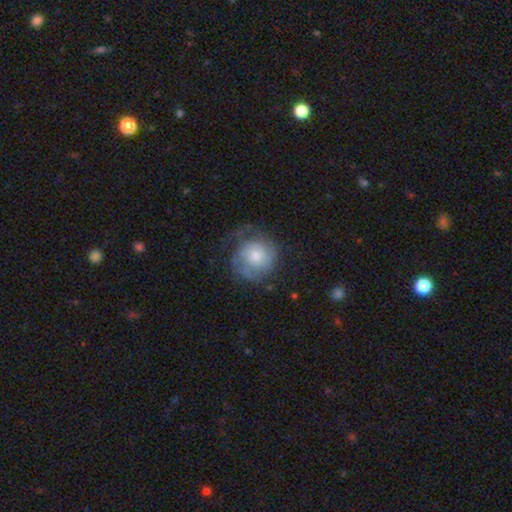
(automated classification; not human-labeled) Q: Smooth or featured?
A: featured or disk (61%); runner-up: smooth (32%)
Q: Edge-on disk?
A: no (98%); runner-up: yes (2%)
Q: Bar?
A: no (80%); runner-up: weak (18%)
Q: Spiral arms?
A: yes (84%); runner-up: no (16%)
Q: Spiral winding?
A: tight (55%); runner-up: medium (30%)
Q: Spiral arm count?
A: can't tell (36%); tied with: 2 (36%)
Q: Bulge size?
A: moderate (46%); runner-up: small (44%)
Q: Merging?
A: none (58%); runner-up: minor disturbance (22%)